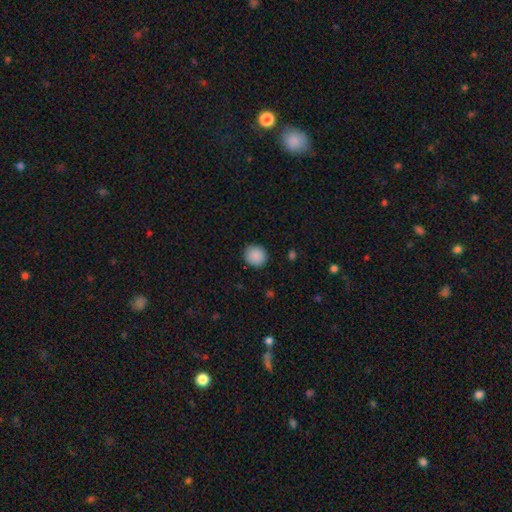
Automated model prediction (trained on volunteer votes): Overall: smooth (89%). How rounded: round (86%). Merging: none (90%).